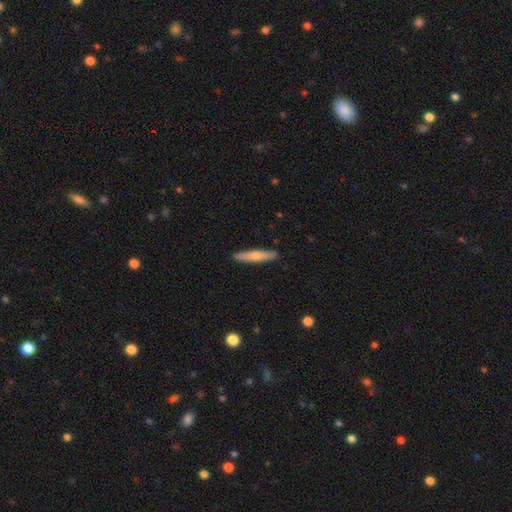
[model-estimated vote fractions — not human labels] Morphology: type=smooth (65%); roundness=cigar-shaped (90%); merging=none (90%).